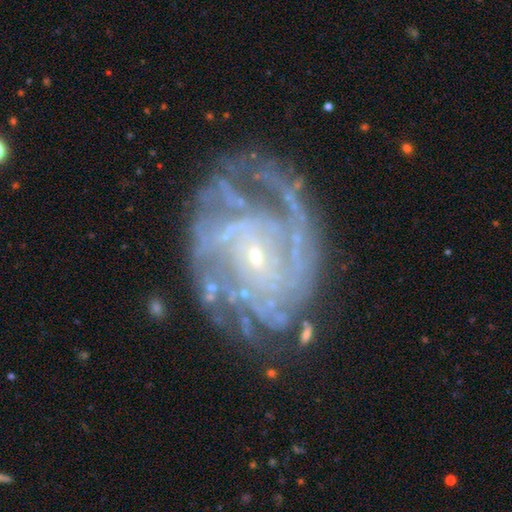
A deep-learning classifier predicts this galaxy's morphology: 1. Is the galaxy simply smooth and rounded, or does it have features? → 88% featured or disk, 6% star or artifact, 6% smooth.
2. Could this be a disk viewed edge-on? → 97% no, 3% yes.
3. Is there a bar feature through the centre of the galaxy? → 59% no, 31% weak, 10% strong.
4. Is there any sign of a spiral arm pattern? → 94% yes, 6% no.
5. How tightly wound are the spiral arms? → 66% tight, 27% medium, 7% loose.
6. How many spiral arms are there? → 36% can't tell, 16% 2, 15% 4, 14% 3, 11% more than 4, 7% 1.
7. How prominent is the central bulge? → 85% small, 10% moderate, 2% none, 1% large, 1% dominant.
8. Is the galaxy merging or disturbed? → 65% none, 20% minor disturbance, 13% major disturbance, 2% merger.